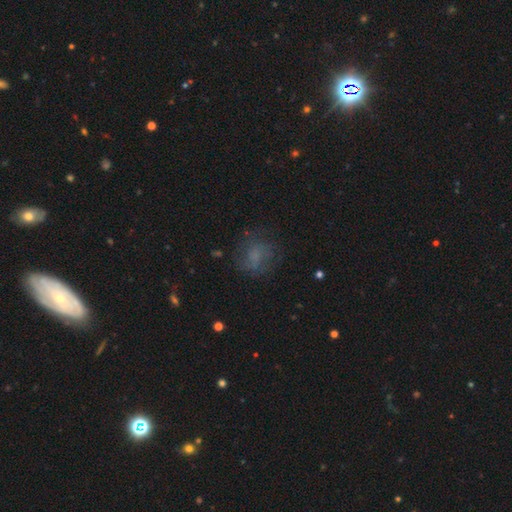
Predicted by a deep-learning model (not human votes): Smooth or featured? Predicted: smooth (p=0.53). How rounded? Predicted: round (p=0.68). Merging? Predicted: none (p=0.67).